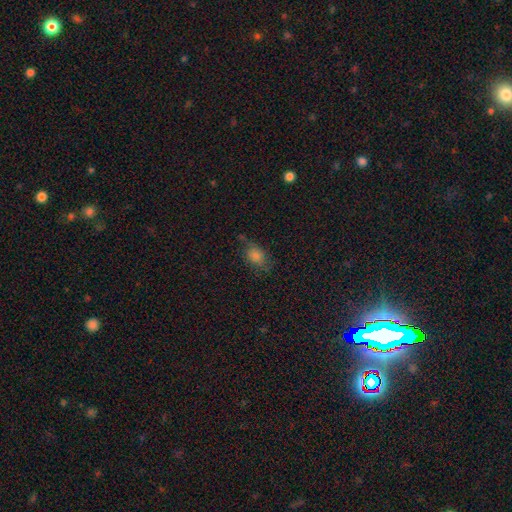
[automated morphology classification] This appears to be a smooth galaxy with no disk features (71%) that is in between round and cigar-shaped (70%). Merging: none (61%).